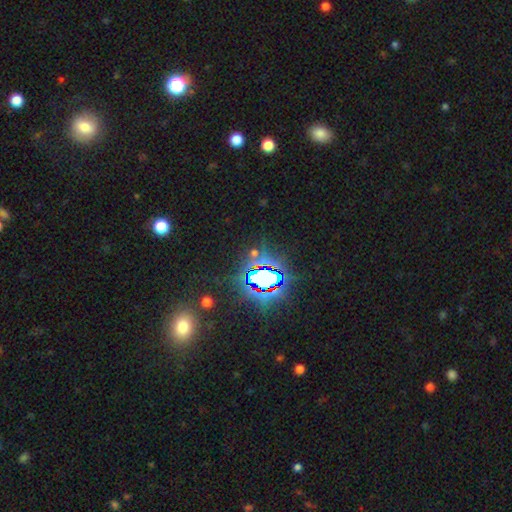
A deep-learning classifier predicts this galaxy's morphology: smooth-or-featured: star or artifact: 78% | smooth: 14% | featured or disk: 9%